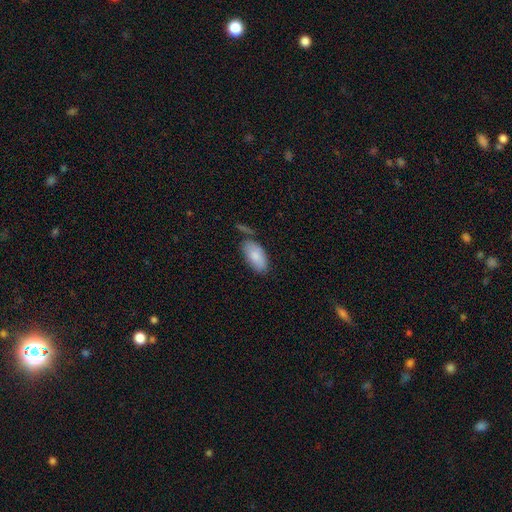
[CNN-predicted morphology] Overall: smooth (85%). How rounded: in between (94%). Merging: none (66%).